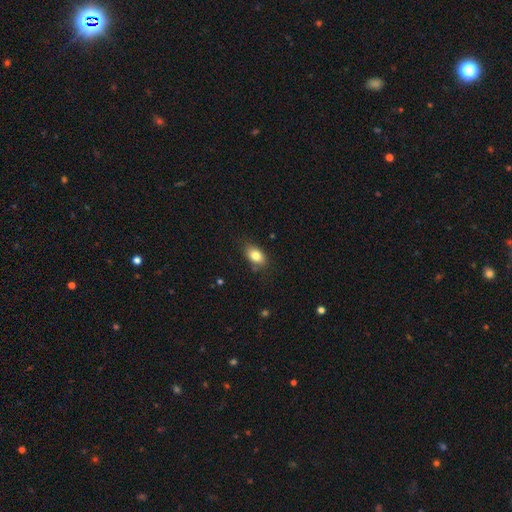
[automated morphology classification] smooth-or-featured: smooth: 83% | featured or disk: 9% | star or artifact: 8%
  how-rounded: in between: 87% | round: 11% | cigar-shaped: 2%
  merging: none: 80% | minor disturbance: 15% | major disturbance: 3% | merger: 2%